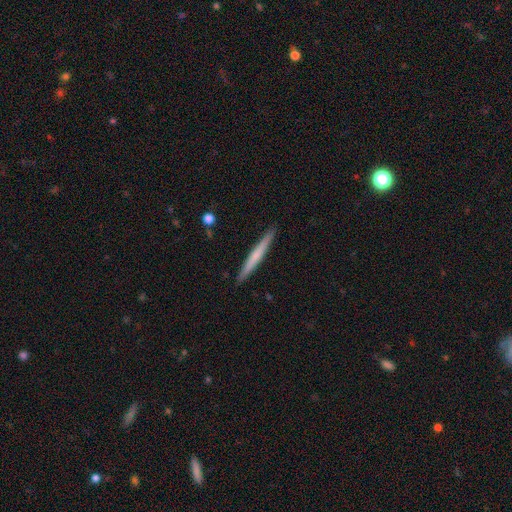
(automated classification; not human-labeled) smooth_or_featured: smooth (p=0.52) [alt: featured or disk p=0.42]
how_rounded: cigar-shaped (p=0.97) [alt: in between p=0.02]
merging: none (p=0.92) [alt: minor disturbance p=0.06]